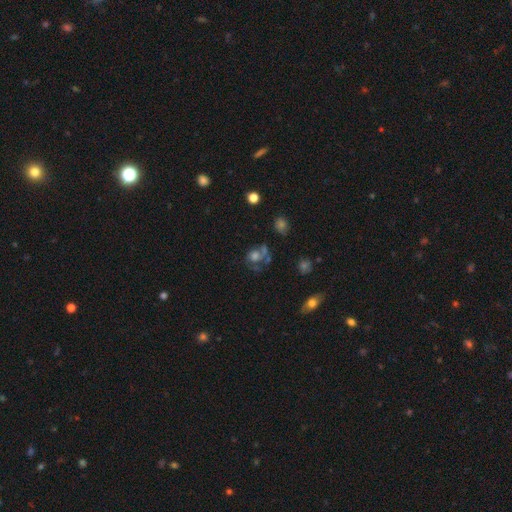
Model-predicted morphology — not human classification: Smooth or featured? smooth (40%)
Merging? none (41%)